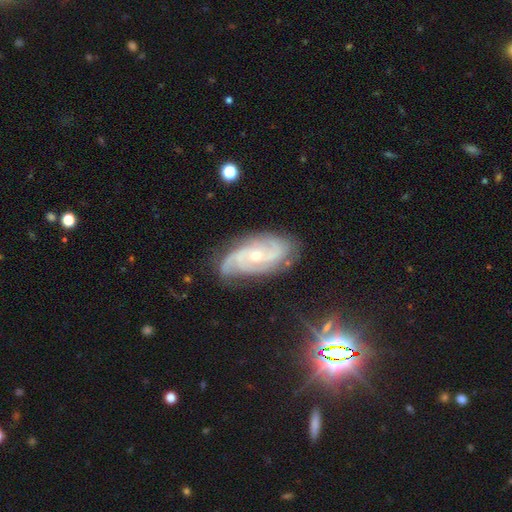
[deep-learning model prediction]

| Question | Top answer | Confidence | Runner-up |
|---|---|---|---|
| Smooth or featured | featured or disk | 87% | star or artifact (7%) |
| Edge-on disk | no | 95% | yes (5%) |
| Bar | no | 64% | weak (29%) |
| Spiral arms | yes | 98% | no (2%) |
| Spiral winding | tight | 51% | medium (39%) |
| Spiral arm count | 3 | 38% | 2 (26%) |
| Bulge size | small | 59% | moderate (38%) |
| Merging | none | 75% | minor disturbance (19%) |